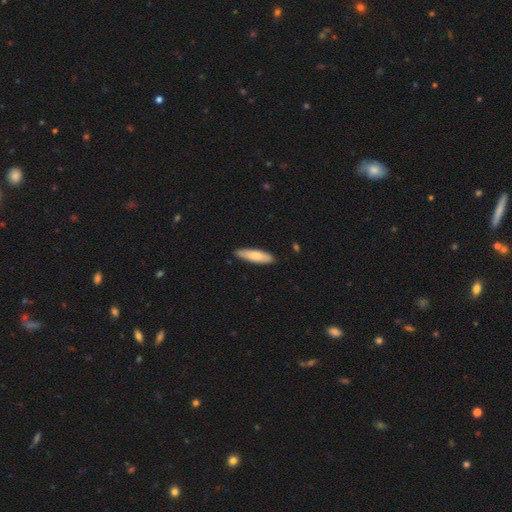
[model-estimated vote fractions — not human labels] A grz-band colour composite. It shows a smooth galaxy with no disk features (75%) that is cigar-shaped (63%). Merging: none (87%).